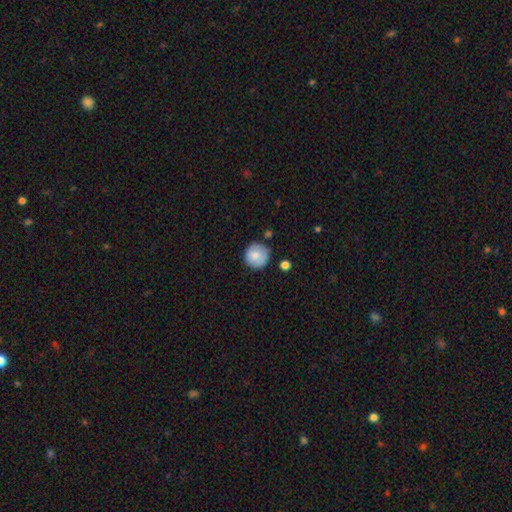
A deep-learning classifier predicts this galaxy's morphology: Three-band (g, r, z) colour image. It shows a smooth galaxy with no disk features (82%) that is round (94%). Merging: none (77%).